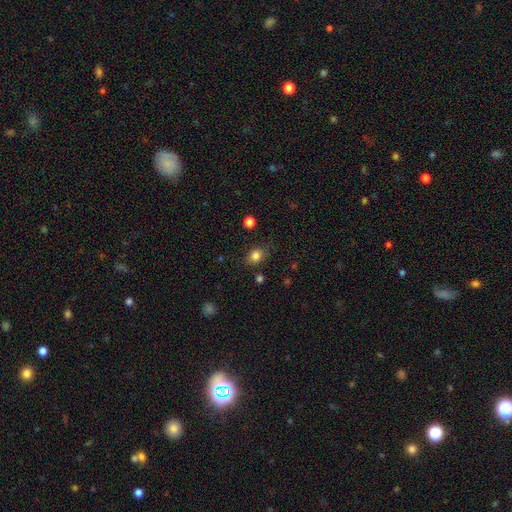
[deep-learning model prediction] Smooth or featured? smooth (83%)
How rounded? round (52%)
Merging? none (78%)